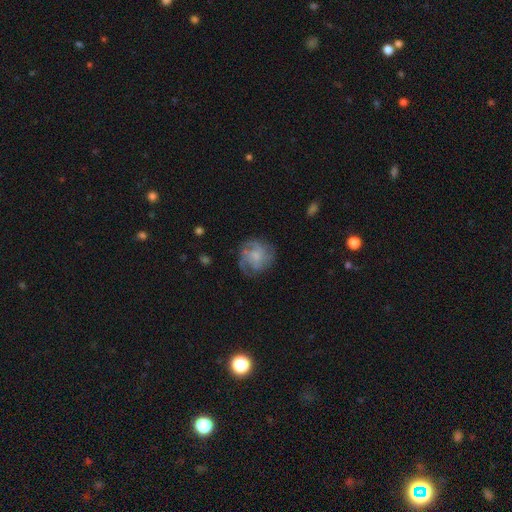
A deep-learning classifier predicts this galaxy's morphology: This appears to be a featured or disk galaxy (58%) with no bar (70%), spiral arms (80%) and a moderate central bulge (35%, tied with small). Merging: none (67%).